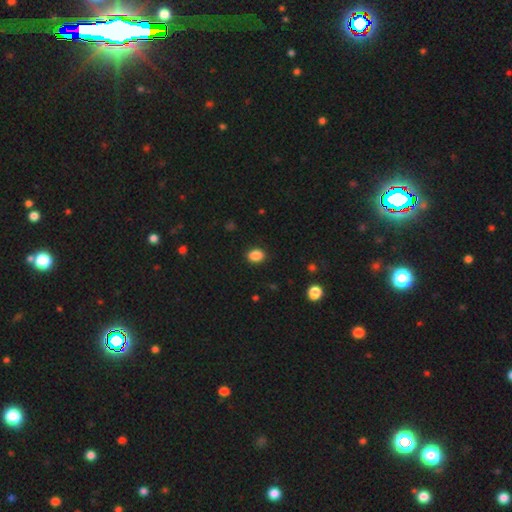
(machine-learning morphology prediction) A smooth galaxy with no disk features (87%) that is in between round and cigar-shaped (62%).

Vote fractions:
- Smooth or featured? smooth: 87% / star or artifact: 9% / featured or disk: 3%
- How rounded? in between: 62% / round: 37% / cigar-shaped: 1%
- Merging? none: 90% / minor disturbance: 7% / major disturbance: 2% / merger: 1%